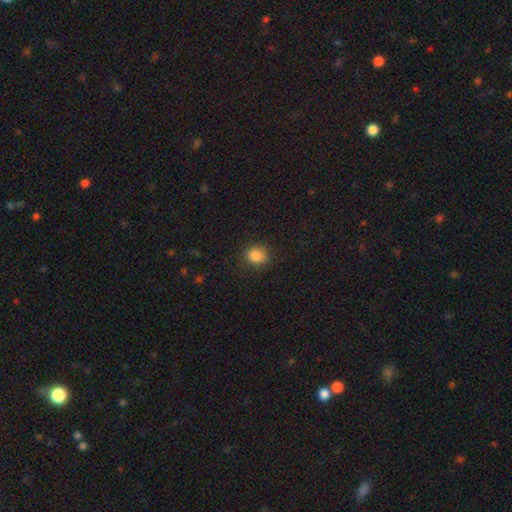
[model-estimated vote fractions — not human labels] A smooth galaxy with no disk features (85%) that is round (60%).

Vote fractions:
- Smooth or featured? smooth: 85% / star or artifact: 11% / featured or disk: 4%
- How rounded? round: 60% / in between: 39% / cigar-shaped: 1%
- Merging? none: 82% / minor disturbance: 13% / major disturbance: 4% / merger: 1%